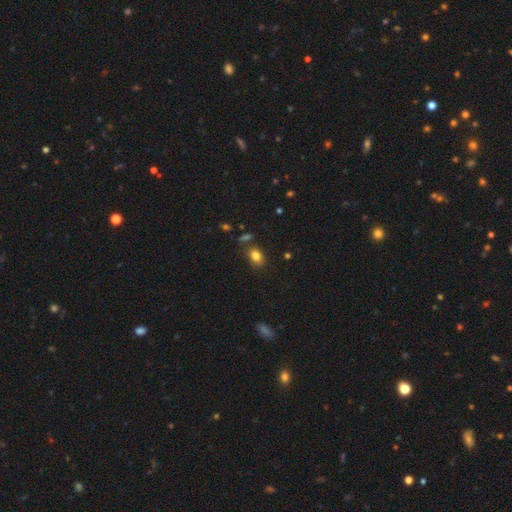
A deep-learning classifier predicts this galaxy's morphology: The model was most divided on "how rounded": in between: 75%, round: 23%, cigar-shaped: 1%. More confident: smooth or featured — smooth (83%); merging — none (76%).